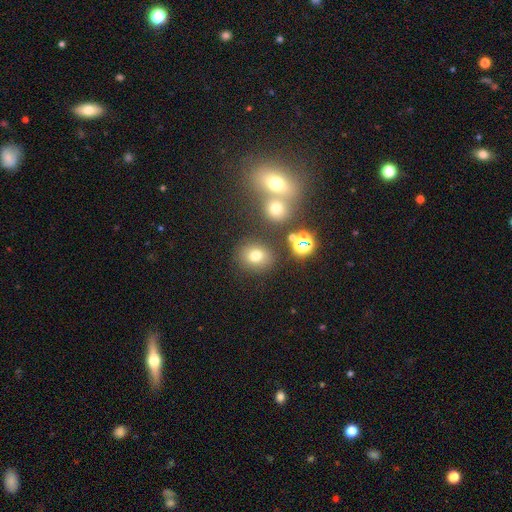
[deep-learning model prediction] This appears to be a smooth galaxy with no disk features (71%) that is round (70%). Merging: none (80%).